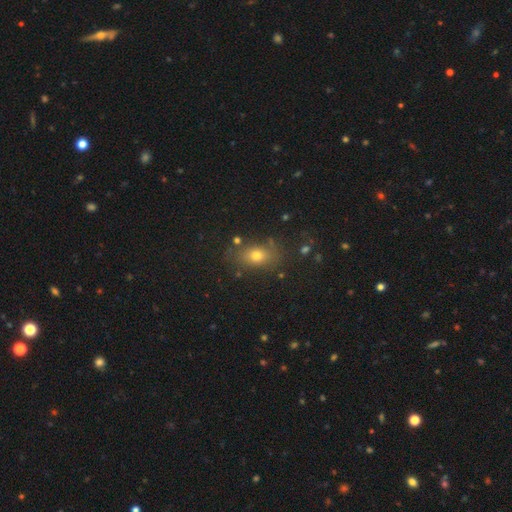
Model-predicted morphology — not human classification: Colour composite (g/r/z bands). It shows a smooth galaxy with no disk features (63%) that is in between round and cigar-shaped (67%). Merging: none (82%).